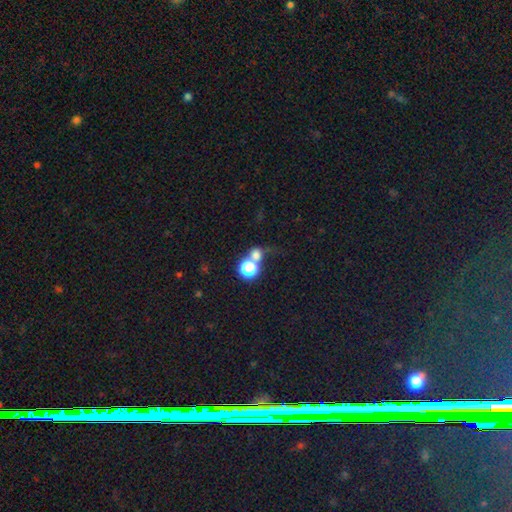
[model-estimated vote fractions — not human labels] The model was most divided on "merging": none: 43%, merger: 42%, minor disturbance: 8%, major disturbance: 7%. More confident: how rounded — round (82%); smooth or featured — smooth (68%).